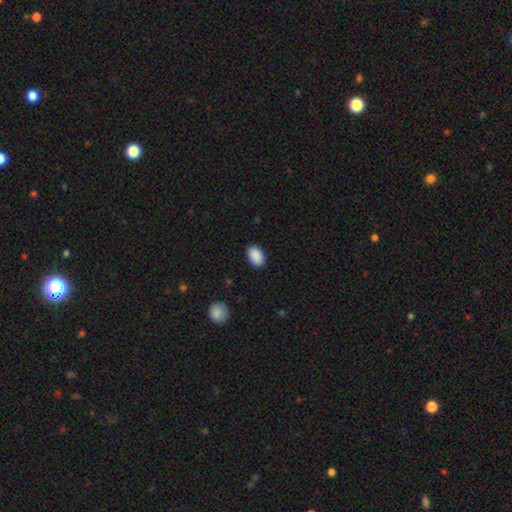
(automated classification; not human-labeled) Smooth or featured?
  - smooth: 90% *
  - star or artifact: 7%
  - featured or disk: 3%
How rounded?
  - in between: 88% *
  - round: 11%
  - cigar-shaped: 1%
Merging?
  - none: 88% *
  - minor disturbance: 9%
  - major disturbance: 2%
  - merger: 1%